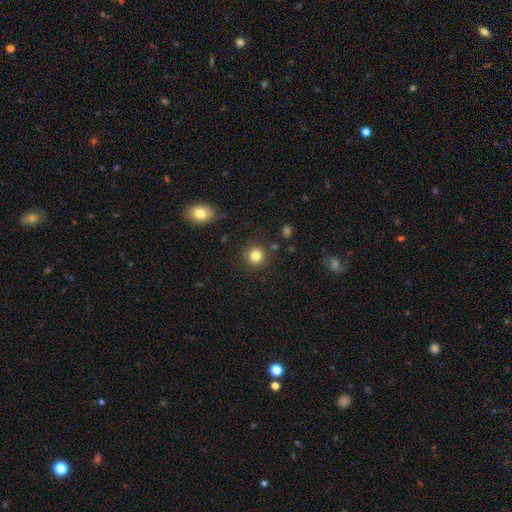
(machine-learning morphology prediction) Smooth or featured? smooth (82%)
How rounded? round (91%)
Merging? none (87%)